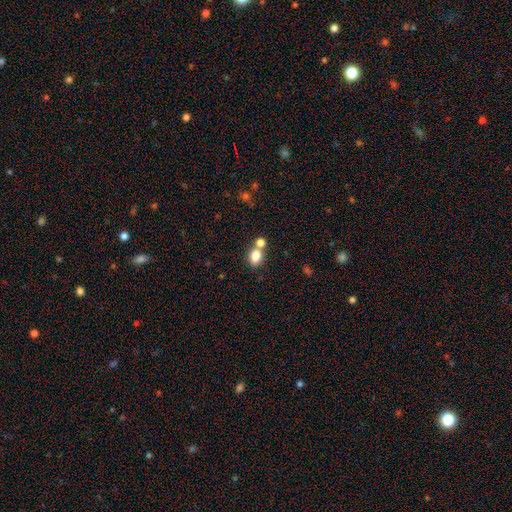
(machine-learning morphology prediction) smooth-or-featured: smooth: 80% | star or artifact: 10% | featured or disk: 9%
  how-rounded: in between: 72% | round: 26% | cigar-shaped: 2%
  merging: none: 52% | merger: 34% | minor disturbance: 10% | major disturbance: 4%